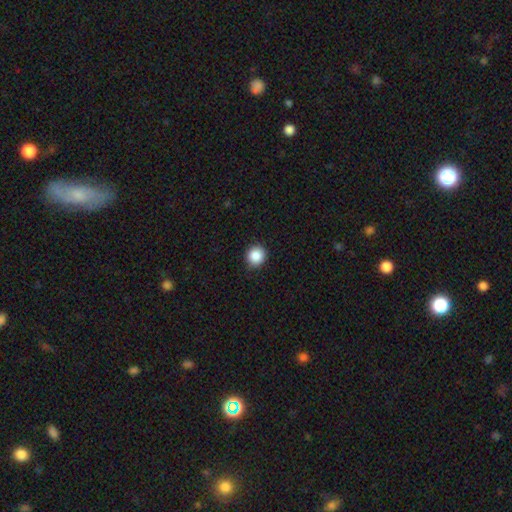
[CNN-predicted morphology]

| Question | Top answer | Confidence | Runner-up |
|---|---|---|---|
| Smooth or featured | smooth | 88% | star or artifact (9%) |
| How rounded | round | 89% | in between (10%) |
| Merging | none | 89% | minor disturbance (8%) |